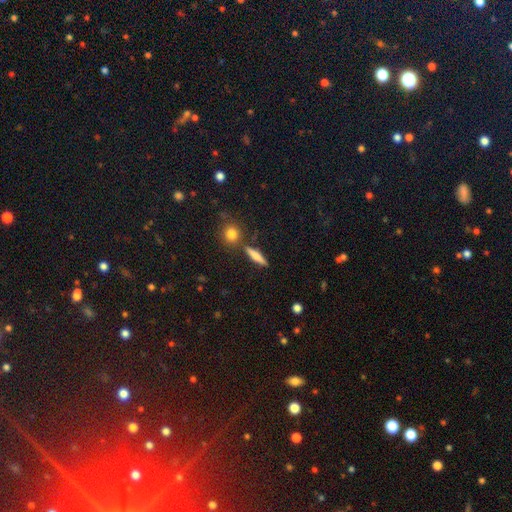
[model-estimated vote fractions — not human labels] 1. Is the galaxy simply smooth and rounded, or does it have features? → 64% smooth, 28% featured or disk, 8% star or artifact.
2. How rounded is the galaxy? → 77% cigar-shaped, 18% in between, 6% round.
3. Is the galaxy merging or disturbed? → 81% none, 9% minor disturbance, 7% merger, 3% major disturbance.